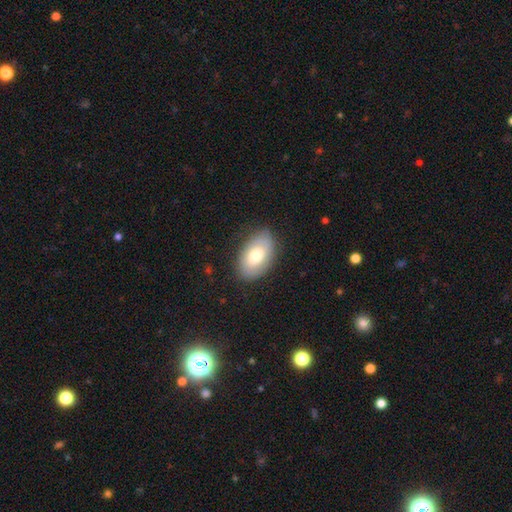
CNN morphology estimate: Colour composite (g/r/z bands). It shows a smooth galaxy with no disk features (72%) that is in between round and cigar-shaped (93%). Merging: none (84%).